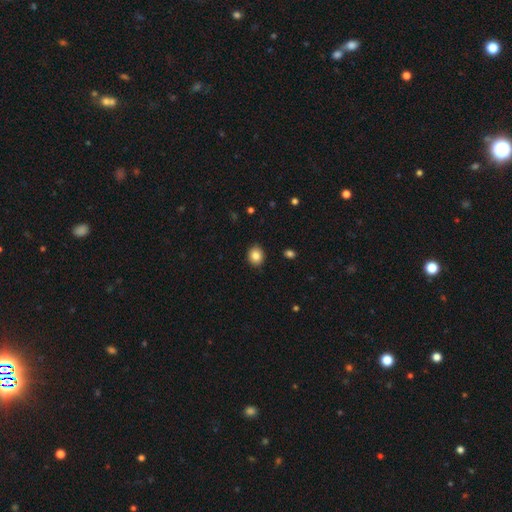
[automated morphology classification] Overall: smooth (85%). How rounded: round (66%; in between 33%). Merging: none (90%).